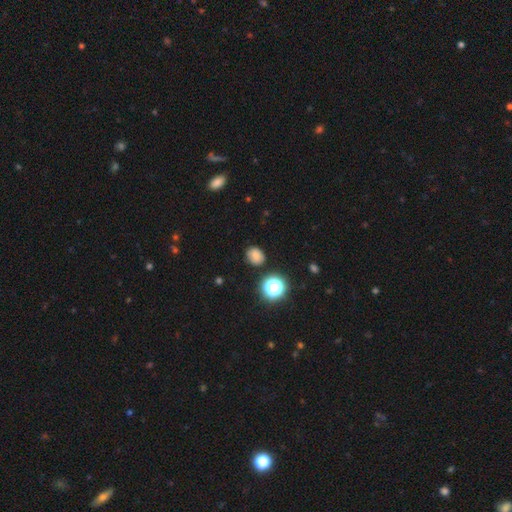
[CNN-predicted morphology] type=smooth (76%); roundness=round (61%); merging=none (82%).